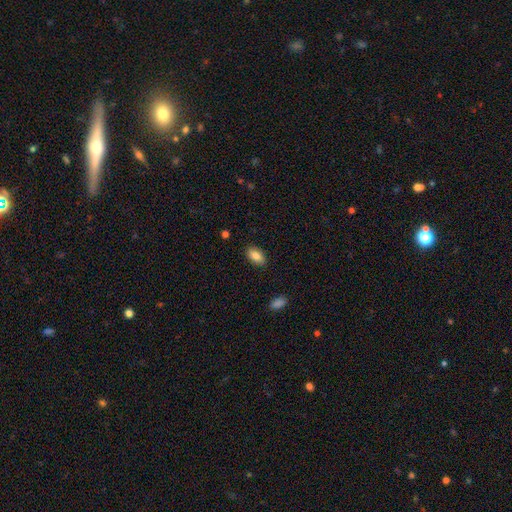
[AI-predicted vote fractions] Overall: smooth (84%). How rounded: in between (92%). Merging: none (88%).